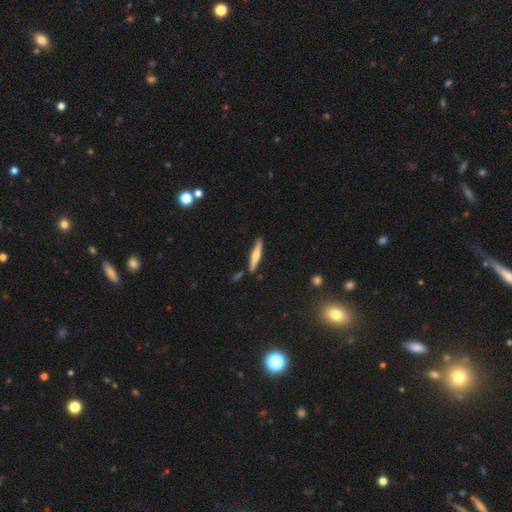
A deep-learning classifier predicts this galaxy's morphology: smooth 47%, featured or disk 46%, star or artifact 6%. Down the decision tree: merging — none (84%).